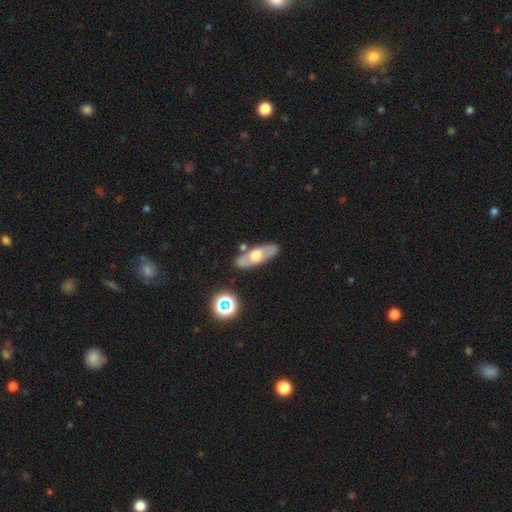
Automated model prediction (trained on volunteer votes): This is possibly a featured or disk galaxy (51%). It is possibly not viewed edge-on (59%). Merging: clearly none (81%).